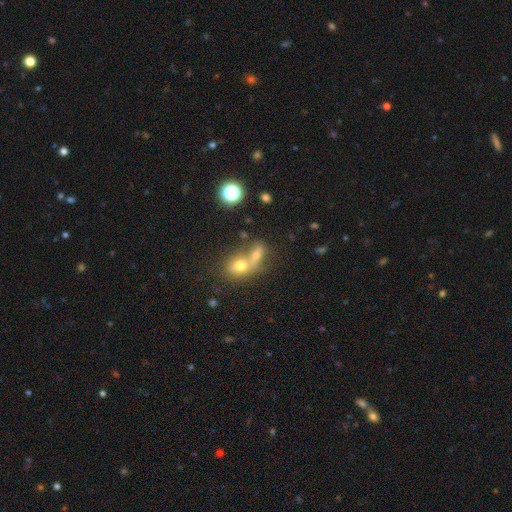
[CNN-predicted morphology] smooth_or_featured: smooth (p=0.65) [alt: featured or disk p=0.18]
how_rounded: in between (p=0.55) [alt: round p=0.39]
merging: merger (p=0.64) [alt: none p=0.25]